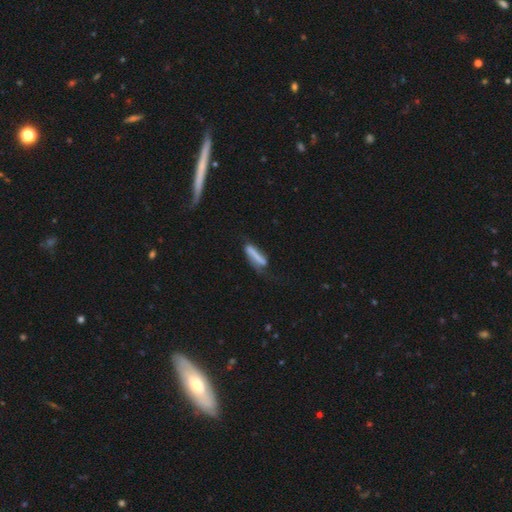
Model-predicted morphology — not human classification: Q: Smooth or featured?
A: smooth (58%); runner-up: featured or disk (34%)
Q: How rounded?
A: cigar-shaped (77%); runner-up: in between (21%)
Q: Merging?
A: none (40%); runner-up: minor disturbance (30%)